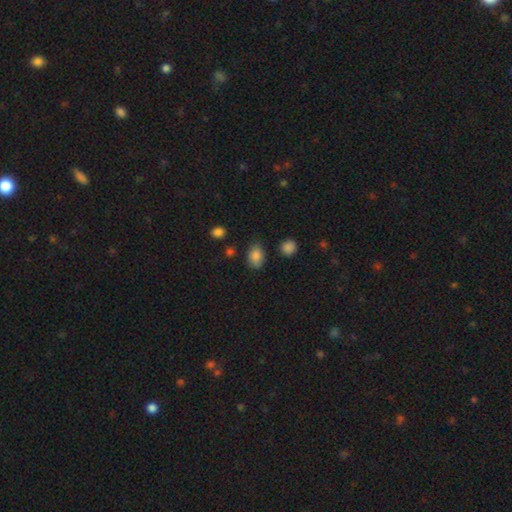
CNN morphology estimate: The model was most divided on "merging": none: 74%, minor disturbance: 19%, major disturbance: 4%, merger: 3%. More confident: smooth or featured — smooth (85%); how rounded — in between (79%).